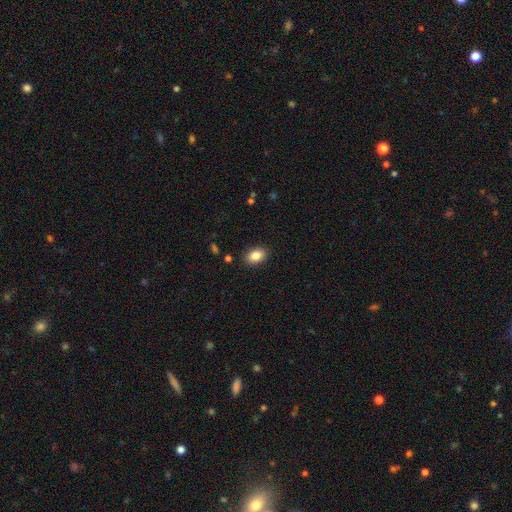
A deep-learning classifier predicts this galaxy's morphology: A smooth galaxy with no disk features (85%) that is in between round and cigar-shaped (87%).

Vote fractions:
- Smooth or featured? smooth: 85% / star or artifact: 8% / featured or disk: 7%
- How rounded? in between: 87% / round: 11% / cigar-shaped: 1%
- Merging? none: 88% / minor disturbance: 8% / major disturbance: 2% / merger: 1%